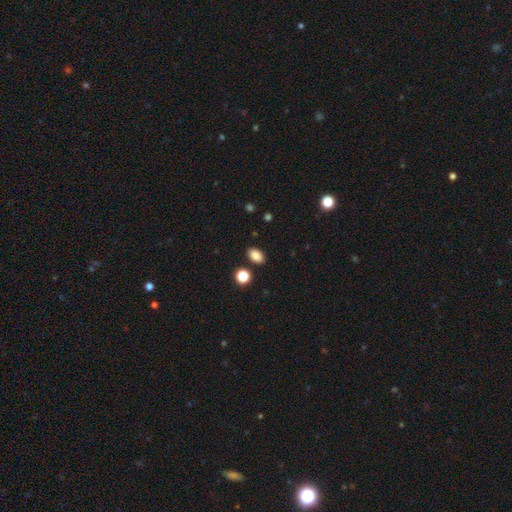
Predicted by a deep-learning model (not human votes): This is clearly a smooth galaxy (86%). How rounded: clearly in between (86%). Merging: clearly none (86%).